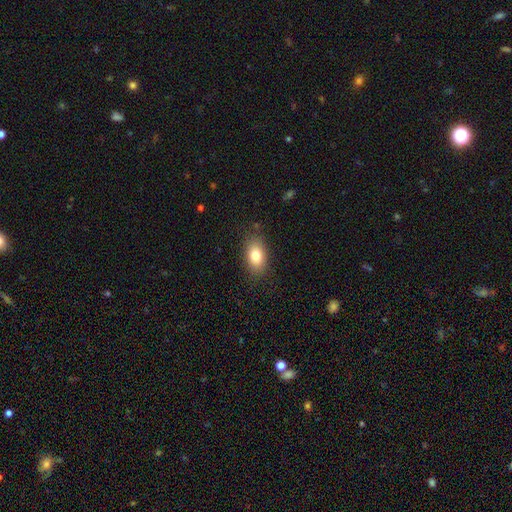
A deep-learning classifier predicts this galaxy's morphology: smooth_or_featured: smooth (p=0.80) [alt: featured or disk p=0.11]
how_rounded: in between (p=0.88) [alt: round p=0.10]
merging: none (p=0.84) [alt: minor disturbance p=0.11]